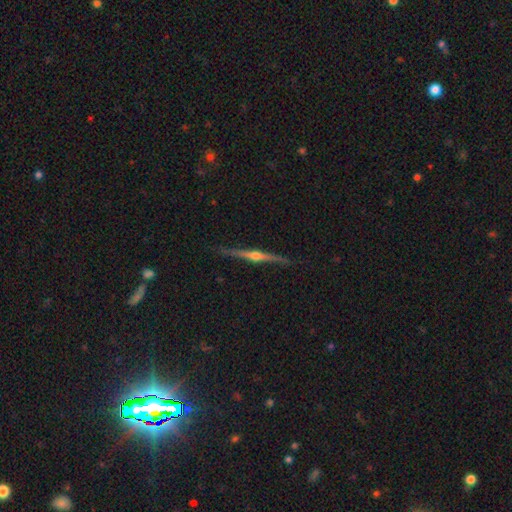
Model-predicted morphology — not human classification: A featured or disk galaxy (84%) viewed edge-on (98%) with a rounded central bulge (94%). Merging: none (87%).